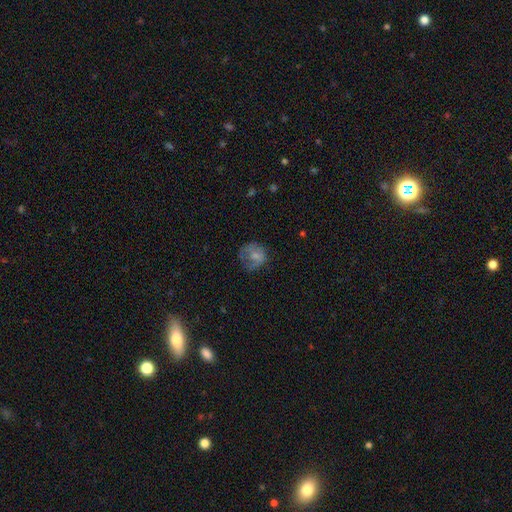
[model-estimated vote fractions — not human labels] Smooth or featured? smooth (64%)
How rounded? round (77%)
Merging? none (49%)